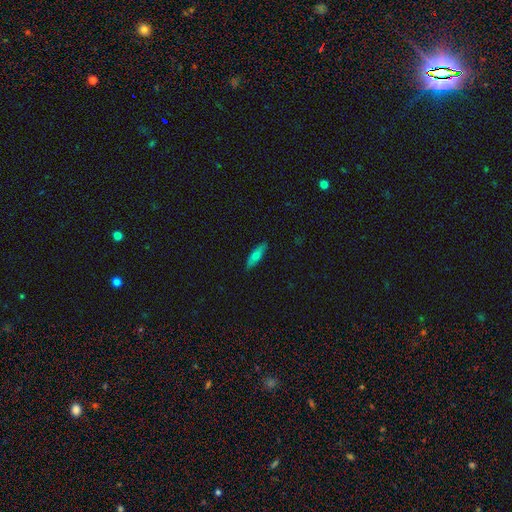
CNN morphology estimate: The model was most divided on "how rounded": cigar-shaped: 51%, in between: 47%, round: 3%. More confident: merging — none (89%); smooth or featured — smooth (64%).